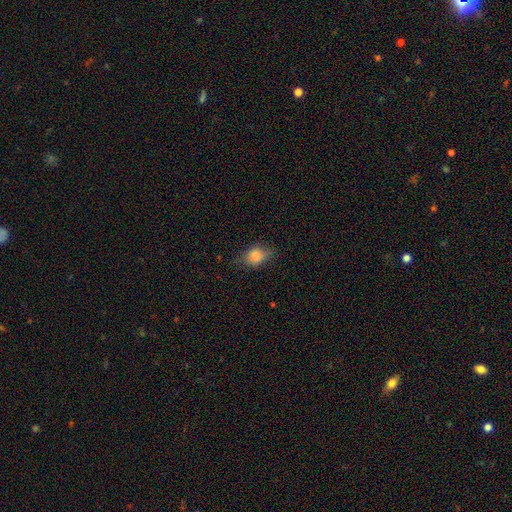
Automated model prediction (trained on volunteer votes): Morphology: type=smooth (81%); roundness=in between (71%); merging=none (65%).